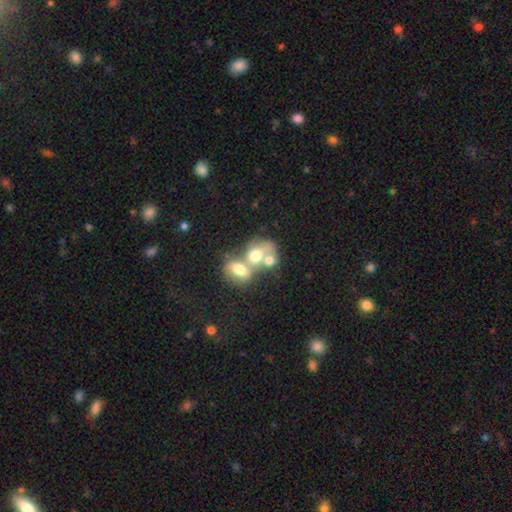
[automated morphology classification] A smooth galaxy with no disk features (61%) that is in between round and cigar-shaped (54%). Merging: merger (71%).